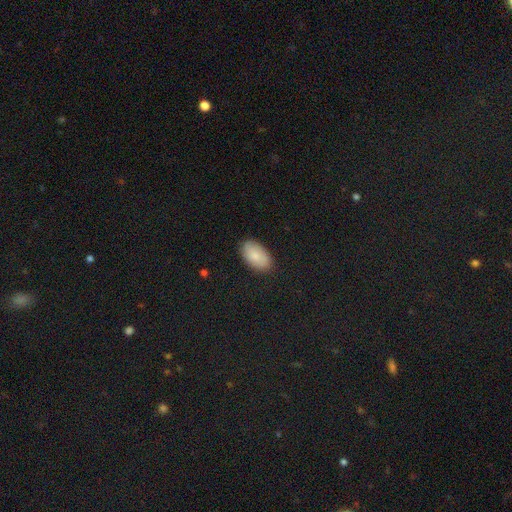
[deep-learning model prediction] Smooth or featured? smooth (82%)
How rounded? in between (95%)
Merging? none (86%)